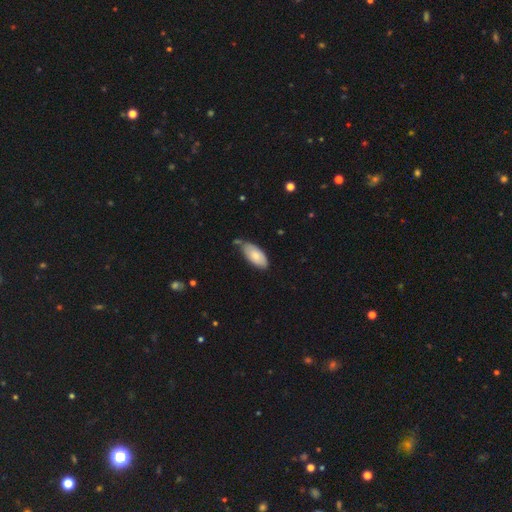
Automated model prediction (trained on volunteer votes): smooth_or_featured: smooth (p=0.80) [alt: featured or disk p=0.14]
how_rounded: in between (p=0.91) [alt: cigar-shaped p=0.07]
merging: none (p=0.58) [alt: minor disturbance p=0.29]